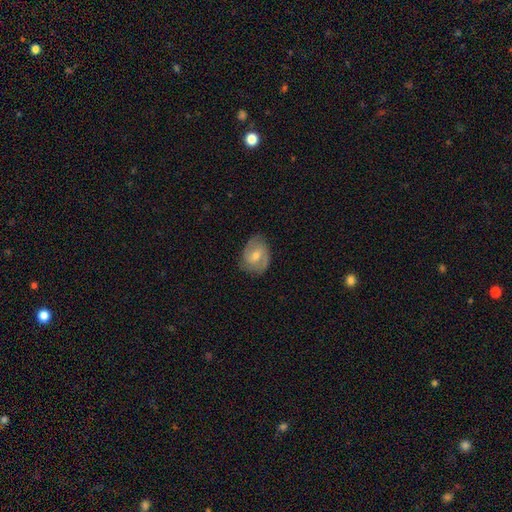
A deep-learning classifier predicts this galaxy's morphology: type=featured or disk (66%); edge-on=no (97%); bar=weak (51%); spiral arms=yes (89%); winding=medium (45%); arm count=2 (77%); bulge=moderate (57%); merging=none (78%).